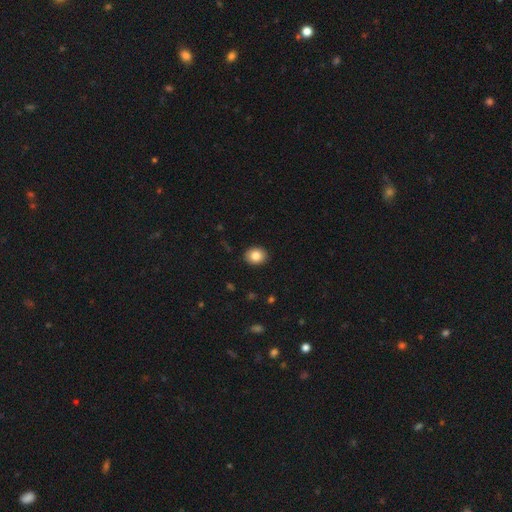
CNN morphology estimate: Smooth or featured?
  - smooth: 84% *
  - star or artifact: 9%
  - featured or disk: 7%
How rounded?
  - round: 62% *
  - in between: 38%
  - cigar-shaped: 1%
Merging?
  - none: 91% *
  - minor disturbance: 7%
  - major disturbance: 2%
  - merger: 1%